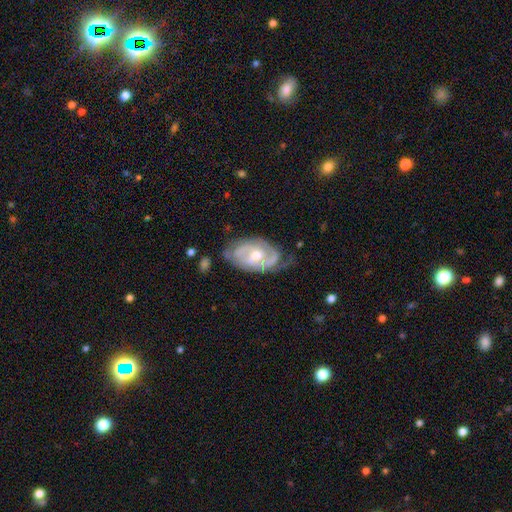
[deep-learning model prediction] Smooth or featured? featured or disk (83%)
Edge-on disk? no (95%)
Bar? no (52%)
Spiral arms? yes (90%)
Spiral winding? tight (59%)
Spiral arm count? 2 (55%)
Bulge size? moderate (70%)
Merging? none (61%)